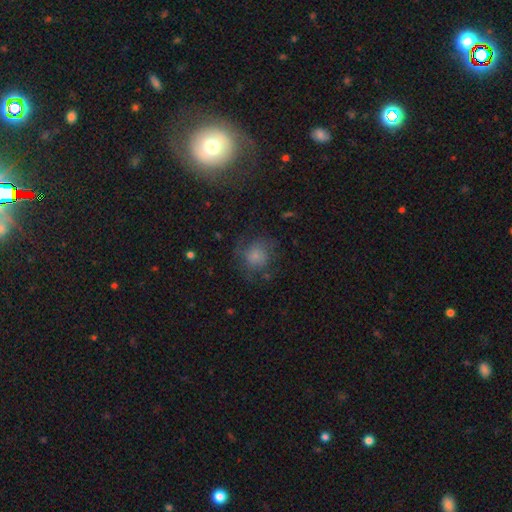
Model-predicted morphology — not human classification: A smooth galaxy with no disk features (60%) that is round (82%).

Vote fractions:
- Smooth or featured? smooth: 60% / featured or disk: 27% / star or artifact: 12%
- How rounded? round: 82% / in between: 17% / cigar-shaped: 1%
- Merging? none: 58% / minor disturbance: 21% / major disturbance: 19% / merger: 2%